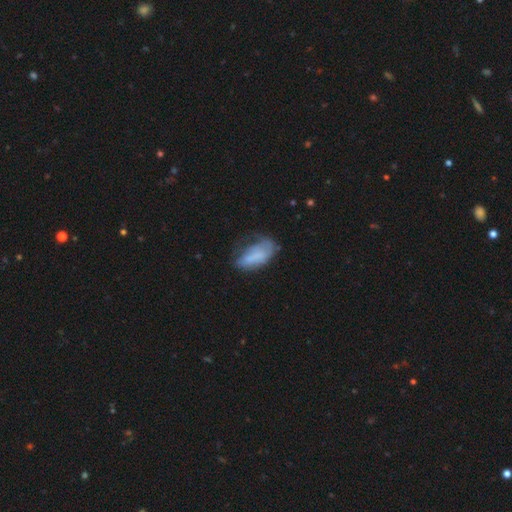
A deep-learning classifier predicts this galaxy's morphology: A smooth galaxy with no disk features (63%) that is in between round and cigar-shaped (89%).

Vote fractions:
- Smooth or featured? smooth: 63% / featured or disk: 28% / star or artifact: 9%
- How rounded? in between: 89% / cigar-shaped: 8% / round: 4%
- Merging? minor disturbance: 34% (tied) / none: 34% (tied) / major disturbance: 29% / merger: 3%